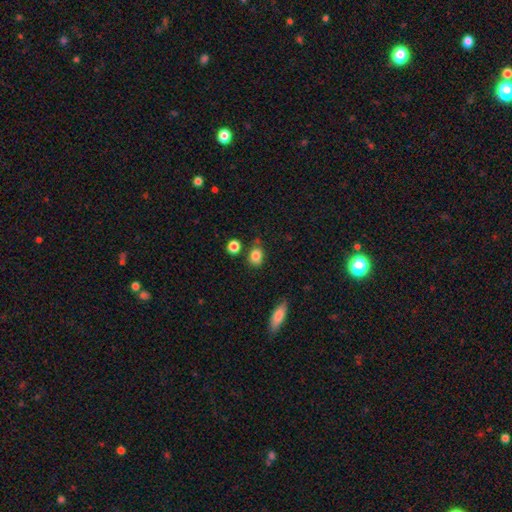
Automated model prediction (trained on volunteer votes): Overall: smooth (84%). How rounded: round (51%; in between 47%). Merging: none (70%).